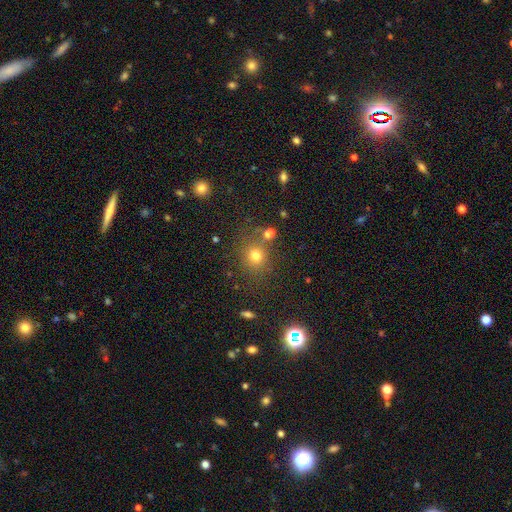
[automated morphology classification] Overall: smooth (73%). How rounded: round (82%). Merging: none (74%).